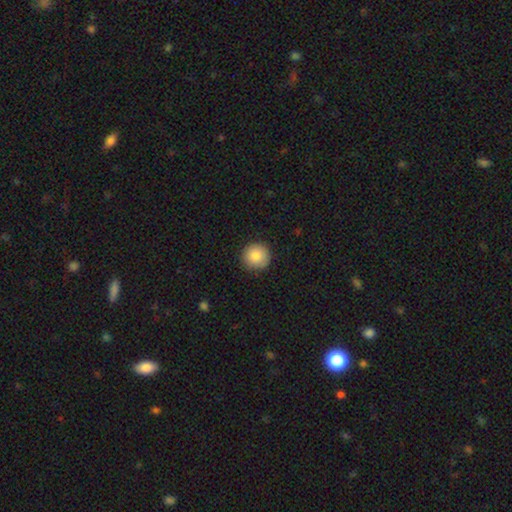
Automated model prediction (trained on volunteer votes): The model was most divided on "smooth or featured": smooth: 86%, star or artifact: 8%, featured or disk: 6%. More confident: how rounded — round (95%); merging — none (91%).